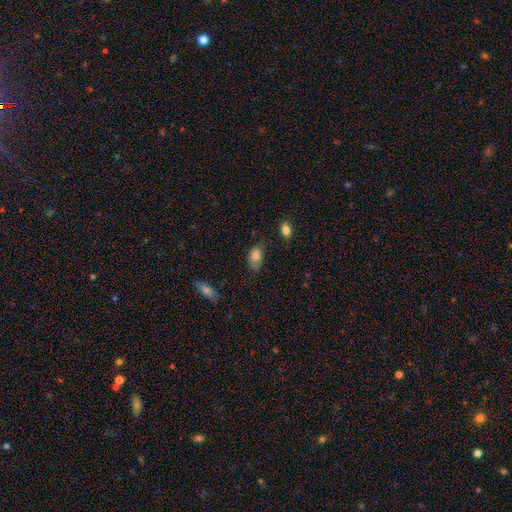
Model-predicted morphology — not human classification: type=smooth (82%); roundness=in between (88%); merging=none (63%).